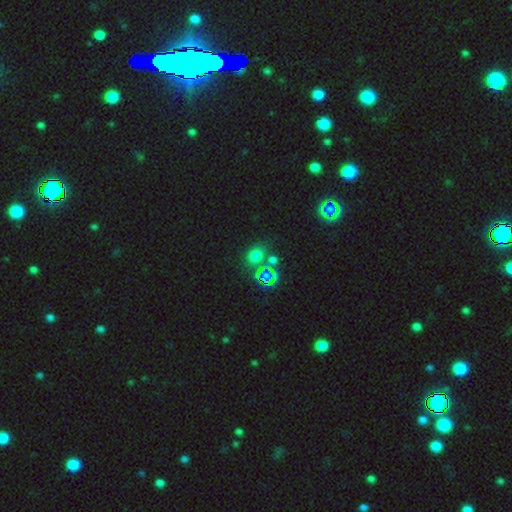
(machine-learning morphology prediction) A smooth galaxy with no disk features (57%) that is round (64%).

Vote fractions:
- Smooth or featured? smooth: 57% / star or artifact: 36% / featured or disk: 6%
- How rounded? round: 64% / in between: 34% / cigar-shaped: 1%
- Merging? none: 71% / merger: 14% / minor disturbance: 10% / major disturbance: 4%